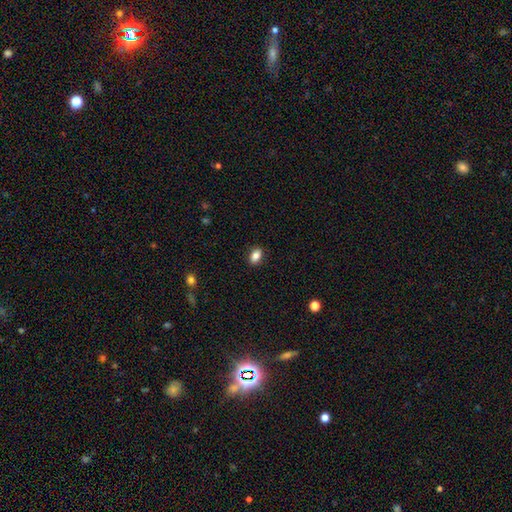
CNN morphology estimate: Smooth or featured? Predicted: smooth (p=0.84). How rounded? Predicted: in between (p=0.85). Merging? Predicted: none (p=0.89).